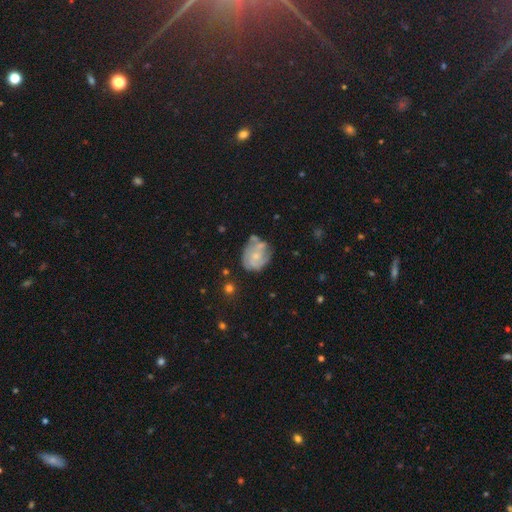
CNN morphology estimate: This is possibly a featured or disk galaxy (59%). It is clearly not viewed edge-on (97%). Bar: likely no (77%). Spiral arm pattern: likely yes (66%). Central bulge: likely small (61%). Merging: possibly none (49%).